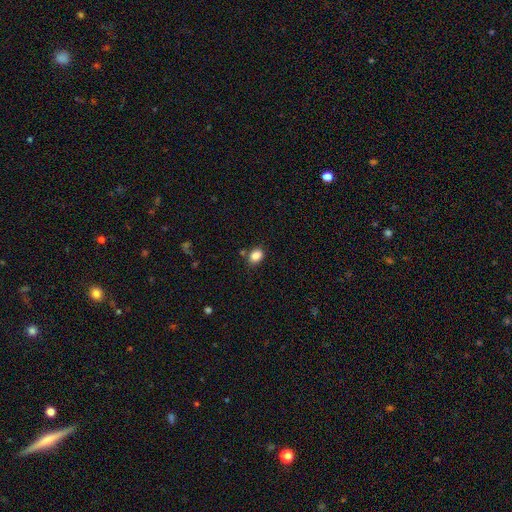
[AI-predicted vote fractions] Morphology: type=smooth (86%); roundness=in between (68%); merging=none (77%).